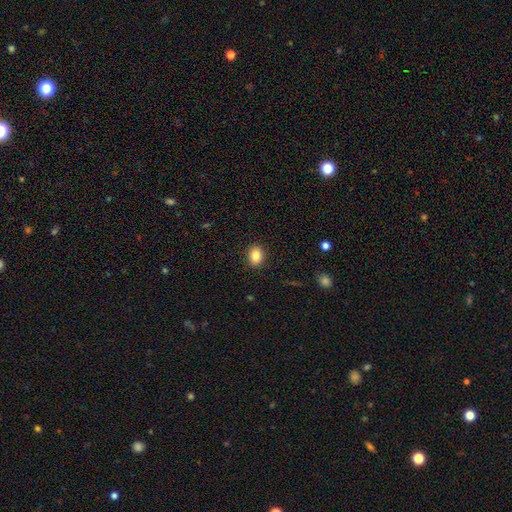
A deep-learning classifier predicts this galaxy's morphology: This is clearly a smooth galaxy (85%). How rounded: possibly in between (60%). Merging: clearly none (90%).